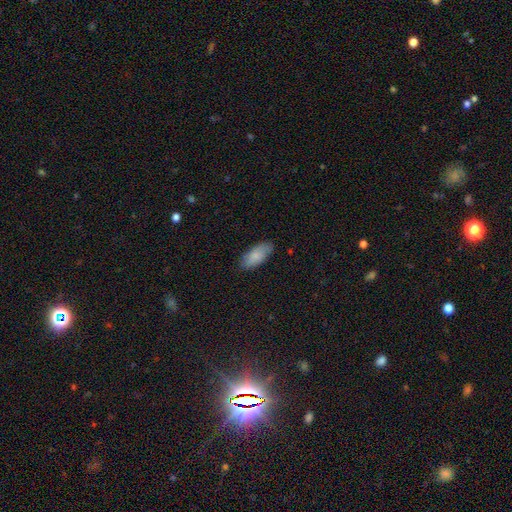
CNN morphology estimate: A smooth galaxy with no disk features (84%) that is in between round and cigar-shaped (87%).

Vote fractions:
- Smooth or featured? smooth: 84% / featured or disk: 10% / star or artifact: 6%
- How rounded? in between: 87% / cigar-shaped: 11% / round: 2%
- Merging? none: 83% / minor disturbance: 14% / major disturbance: 2% / merger: 1%